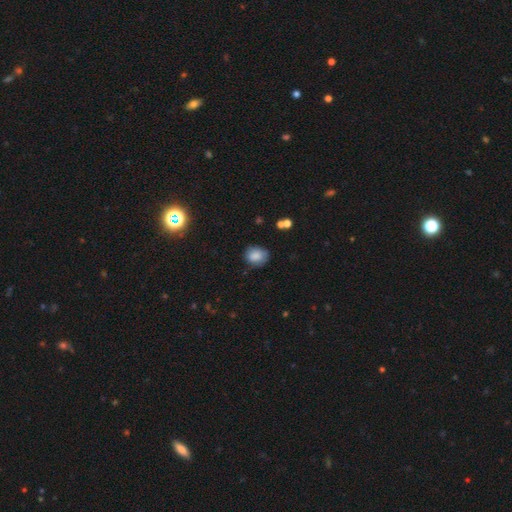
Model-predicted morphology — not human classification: This is clearly a smooth galaxy (83%). How rounded: possibly round (54%). Merging: likely none (71%).